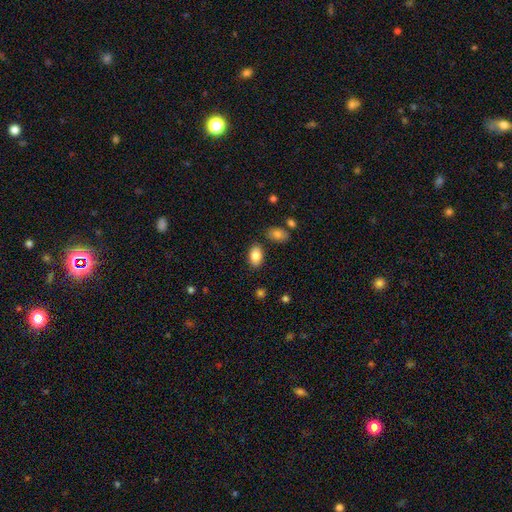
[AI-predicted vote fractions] The model was most divided on "merging": none: 83%, minor disturbance: 10%, merger: 4%, major disturbance: 3%. More confident: how rounded — in between (91%); smooth or featured — smooth (84%).